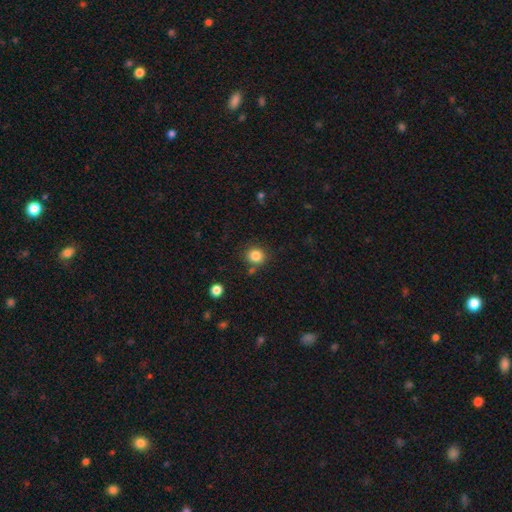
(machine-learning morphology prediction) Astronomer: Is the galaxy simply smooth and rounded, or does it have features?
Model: smooth — 84%.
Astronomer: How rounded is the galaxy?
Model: round — 86%.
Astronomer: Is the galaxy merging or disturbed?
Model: none — 82%.